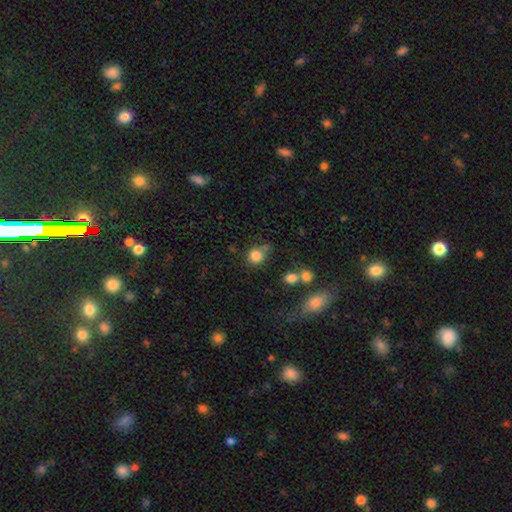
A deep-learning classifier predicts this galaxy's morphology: This appears to be a smooth galaxy with no disk features (82%) that is round (86%). Merging: none (63%).